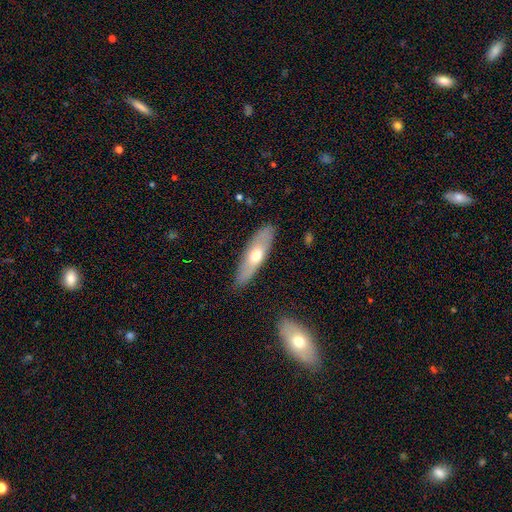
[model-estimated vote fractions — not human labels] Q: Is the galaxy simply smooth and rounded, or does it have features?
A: smooth — 54%.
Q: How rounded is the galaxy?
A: cigar-shaped — 56%.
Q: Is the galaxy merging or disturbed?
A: none — 85%.